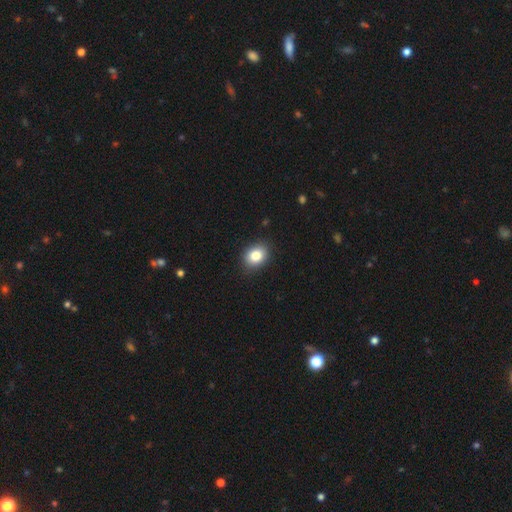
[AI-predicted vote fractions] Q: Smooth or featured?
A: smooth (84%); runner-up: star or artifact (10%)
Q: How rounded?
A: in between (53%); runner-up: round (46%)
Q: Merging?
A: none (88%); runner-up: minor disturbance (9%)